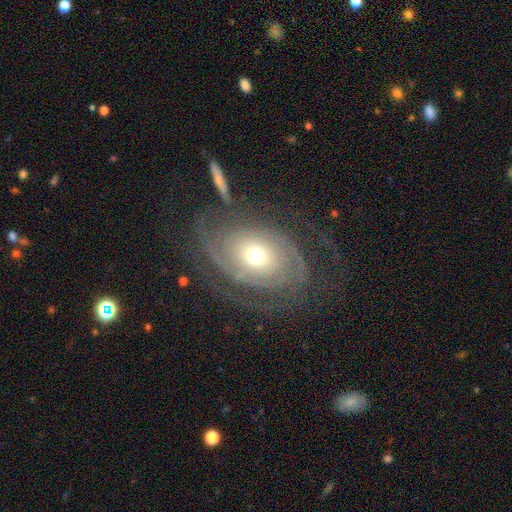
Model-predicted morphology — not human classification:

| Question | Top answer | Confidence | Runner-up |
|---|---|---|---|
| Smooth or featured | featured or disk | 82% | smooth (12%) |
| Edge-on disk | no | 96% | yes (4%) |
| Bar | no | 79% | weak (15%) |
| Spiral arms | yes | 90% | no (10%) |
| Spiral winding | tight | 55% | medium (30%) |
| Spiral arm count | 2 | 54% | can't tell (20%) |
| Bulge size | moderate | 60% | small (29%) |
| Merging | none | 61% | major disturbance (20%) |